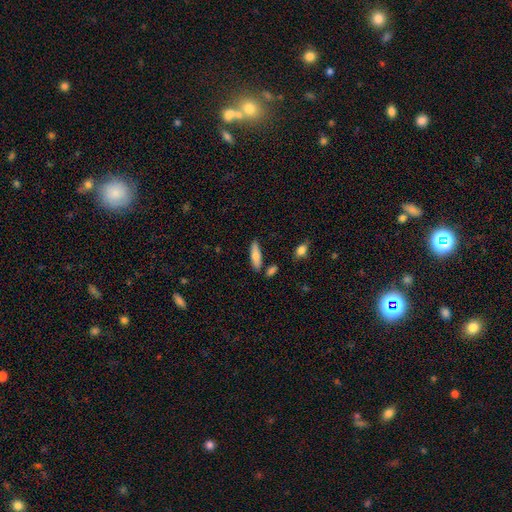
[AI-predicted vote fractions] Smooth or featured: smooth — 77% (featured or disk — 17%)
How rounded: cigar-shaped — 55% (in between — 43%)
Merging: none — 81% (minor disturbance — 12%)